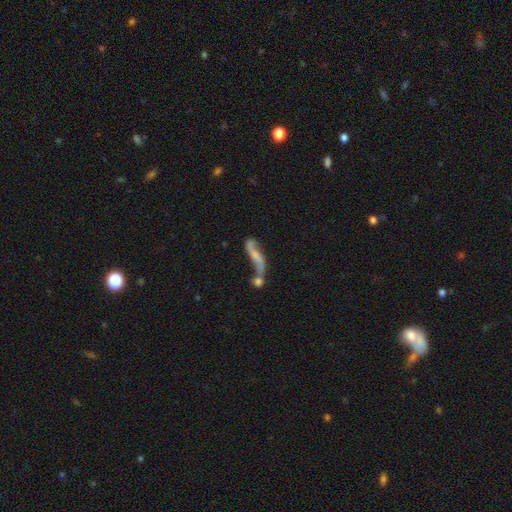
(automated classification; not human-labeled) smooth_or_featured: featured or disk (p=0.66) [alt: smooth p=0.26]
disk_edge_on: no (p=0.76) [alt: yes p=0.24]
bar: no (p=0.54) [alt: weak p=0.31]
has_spiral_arms: yes (p=0.81) [alt: no p=0.19]
bulge_size: small (p=0.43) [alt: none p=0.28]
merging: merger (p=0.43) [alt: none p=0.32]